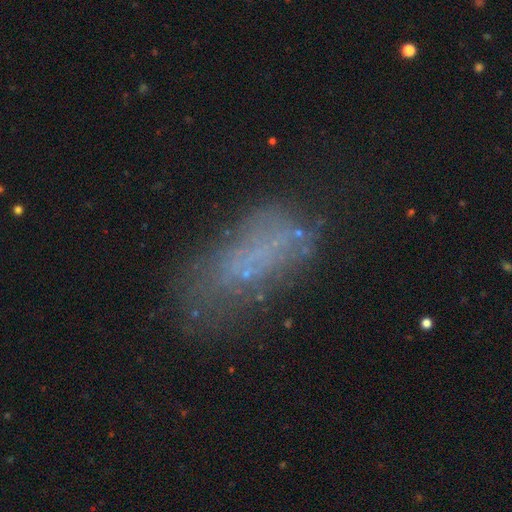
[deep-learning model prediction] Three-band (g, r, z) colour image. It shows a smooth galaxy with no disk features (44%). Merging: none (46%).